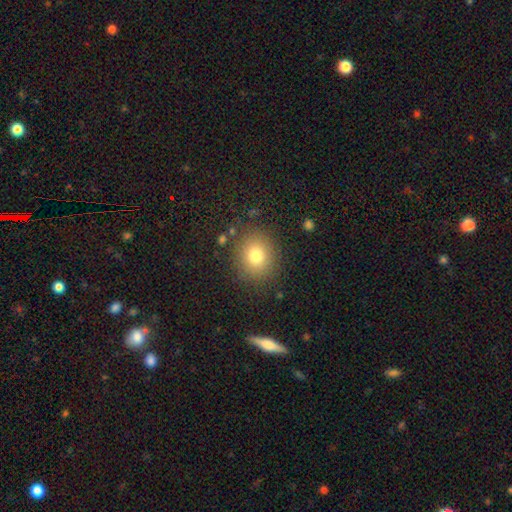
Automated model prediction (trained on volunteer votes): Morphology: type=smooth (78%); roundness=round (74%); merging=none (85%).